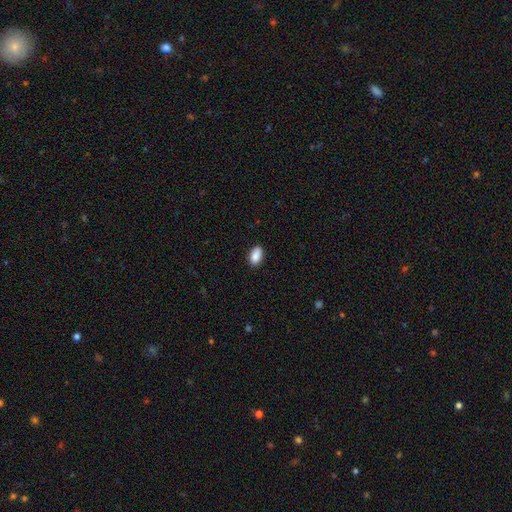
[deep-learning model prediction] This is clearly a smooth galaxy (89%). How rounded: clearly in between (92%). Merging: clearly none (86%).